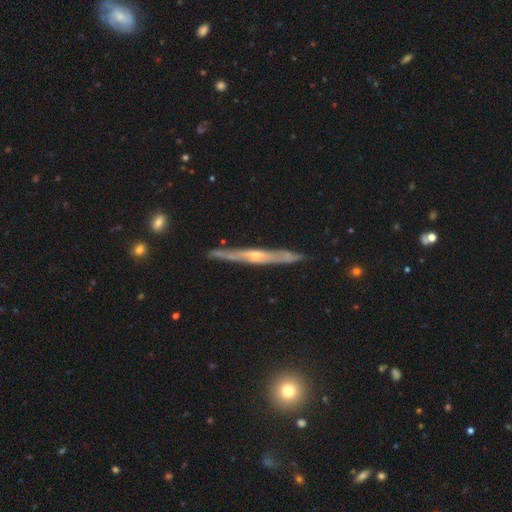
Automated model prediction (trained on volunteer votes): Smooth or featured?
  - featured or disk: 81% *
  - smooth: 14%
  - star or artifact: 6%
Edge-on disk?
  - yes: 96% *
  - no: 4%
Edge-on bulge?
  - rounded: 70% *
  - none: 25%
  - boxy: 5%
Merging?
  - none: 86% *
  - minor disturbance: 11%
  - major disturbance: 2%
  - merger: 2%